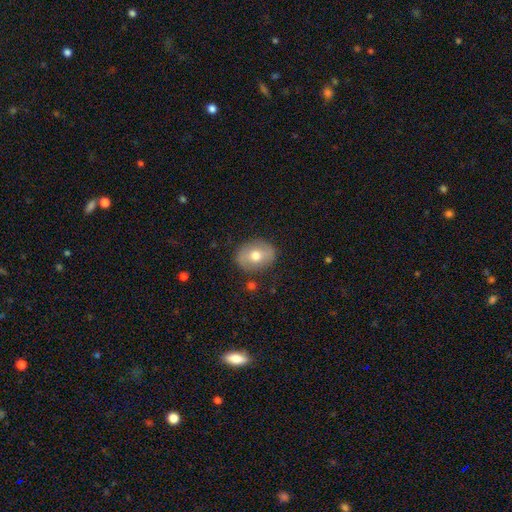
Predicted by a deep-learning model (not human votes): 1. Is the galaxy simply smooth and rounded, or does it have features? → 62% smooth, 31% featured or disk, 7% star or artifact.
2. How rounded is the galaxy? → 57% in between, 42% round, 1% cigar-shaped.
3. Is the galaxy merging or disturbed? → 84% none, 11% minor disturbance, 3% major disturbance, 2% merger.